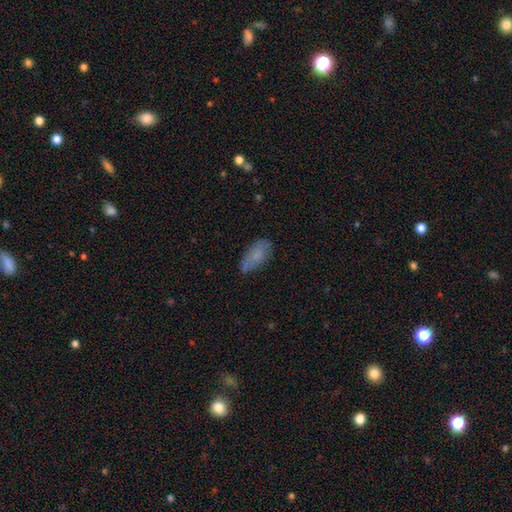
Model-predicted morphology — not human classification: Overall: smooth (73%). How rounded: in between (85%). Merging: none (63%; minor disturbance 26%).